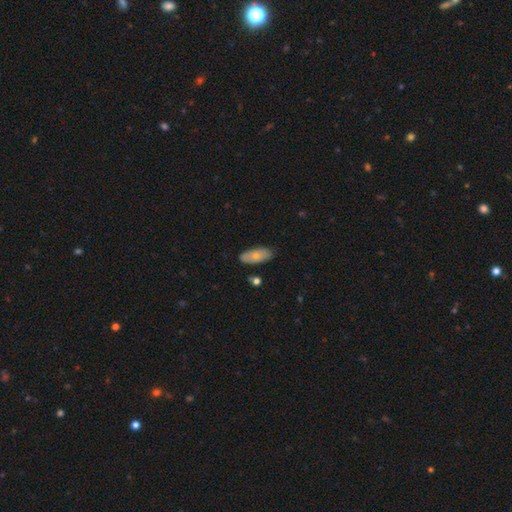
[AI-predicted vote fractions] This is likely a smooth galaxy (69%). How rounded: clearly in between (84%). Merging: clearly none (83%).